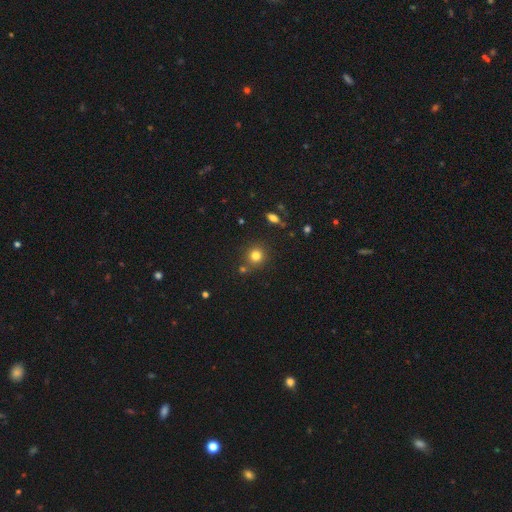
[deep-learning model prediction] Smooth or featured?
  - smooth: 79% *
  - star or artifact: 14%
  - featured or disk: 7%
How rounded?
  - round: 89% *
  - in between: 10%
  - cigar-shaped: 1%
Merging?
  - none: 78% *
  - merger: 10%
  - minor disturbance: 9%
  - major disturbance: 3%